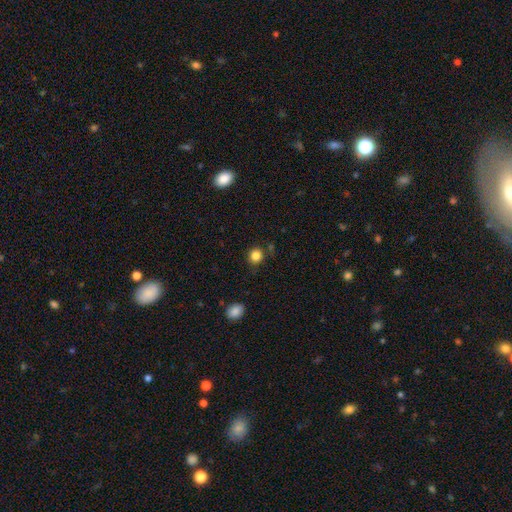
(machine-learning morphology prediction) The model was most divided on "how rounded": round: 83%, in between: 16%, cigar-shaped: 1%. More confident: smooth or featured — smooth (84%); merging — none (83%).